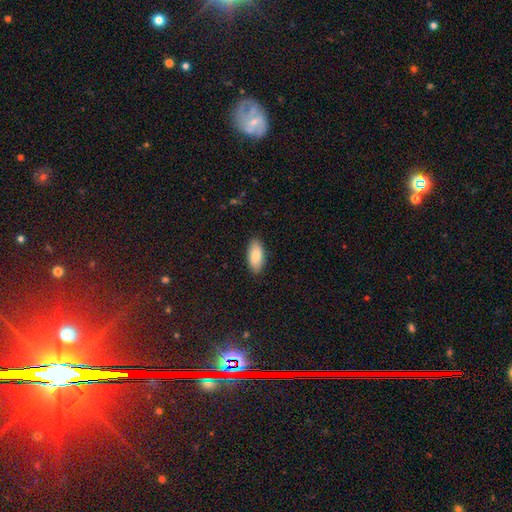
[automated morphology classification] Smooth or featured?
  - smooth: 86% *
  - featured or disk: 8%
  - star or artifact: 6%
How rounded?
  - in between: 89% *
  - cigar-shaped: 9%
  - round: 2%
Merging?
  - none: 88% *
  - minor disturbance: 9%
  - major disturbance: 2%
  - merger: 1%